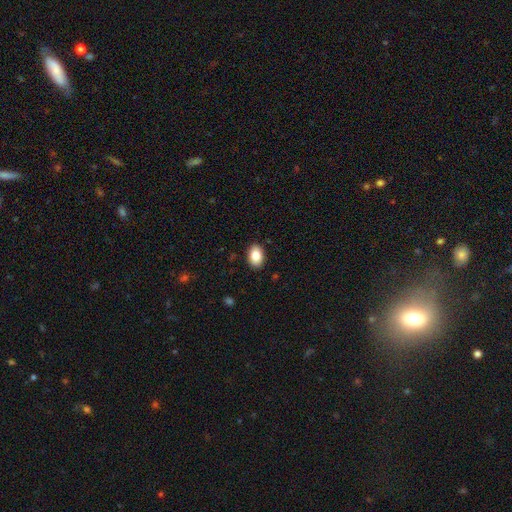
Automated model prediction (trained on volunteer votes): Morphology: type=smooth (85%); roundness=in between (86%); merging=none (89%).